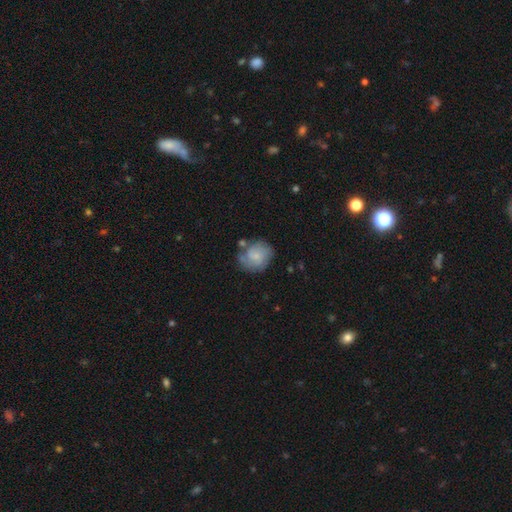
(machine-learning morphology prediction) A smooth galaxy with no disk features (50%).

Vote fractions:
- Smooth or featured? smooth: 50% / featured or disk: 43% / star or artifact: 8%
- Merging? none: 55% / minor disturbance: 24% / major disturbance: 11% / merger: 10%